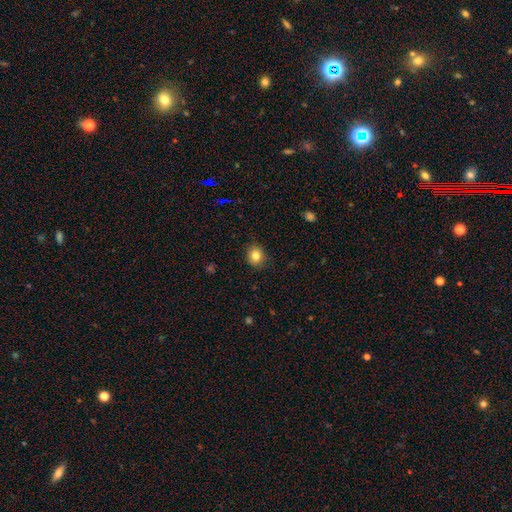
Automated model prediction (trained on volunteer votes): A smooth galaxy with no disk features (83%) that is round (78%).

Vote fractions:
- Smooth or featured? smooth: 83% / star or artifact: 11% / featured or disk: 7%
- How rounded? round: 78% / in between: 21% / cigar-shaped: 1%
- Merging? none: 88% / minor disturbance: 9% / major disturbance: 2% / merger: 1%